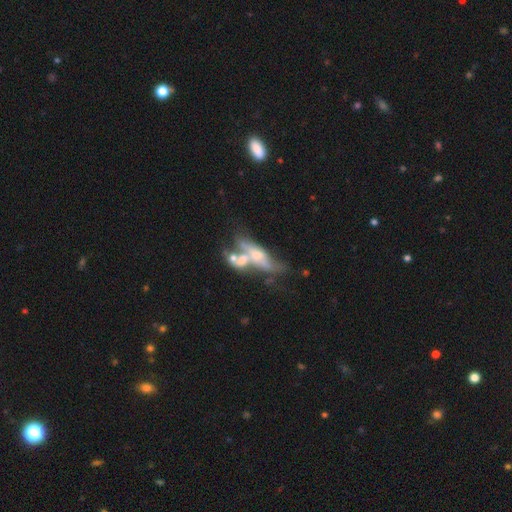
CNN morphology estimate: Smooth or featured? Predicted: featured or disk (p=0.61). Edge-on disk? Predicted: no (p=0.70). Merging? Predicted: merger (p=0.58).